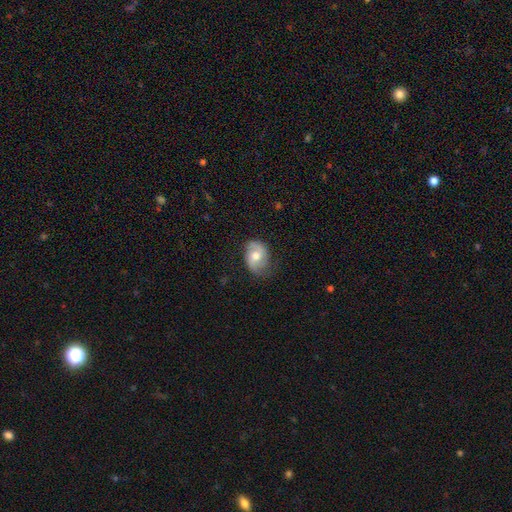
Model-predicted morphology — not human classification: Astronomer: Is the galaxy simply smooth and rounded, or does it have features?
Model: featured or disk — 55% (runner-up: smooth, 38%).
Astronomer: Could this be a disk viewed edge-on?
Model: no — 97%.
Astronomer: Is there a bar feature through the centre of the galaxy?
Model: no — 60%.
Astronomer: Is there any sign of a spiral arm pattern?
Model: yes — 83%.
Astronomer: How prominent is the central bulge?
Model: moderate — 73%.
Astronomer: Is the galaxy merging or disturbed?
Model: none — 70%.